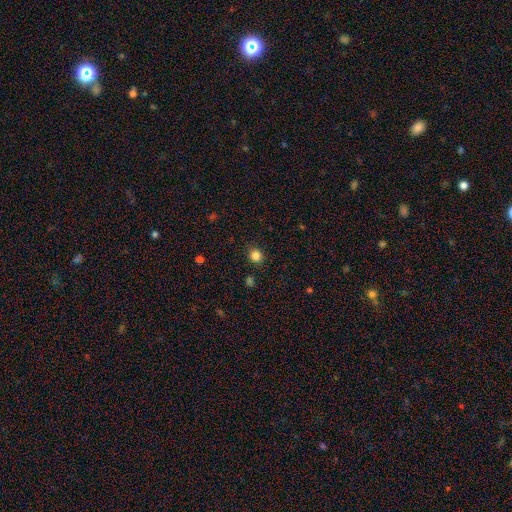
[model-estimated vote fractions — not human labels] Overall: smooth (83%). How rounded: round (87%). Merging: none (89%).